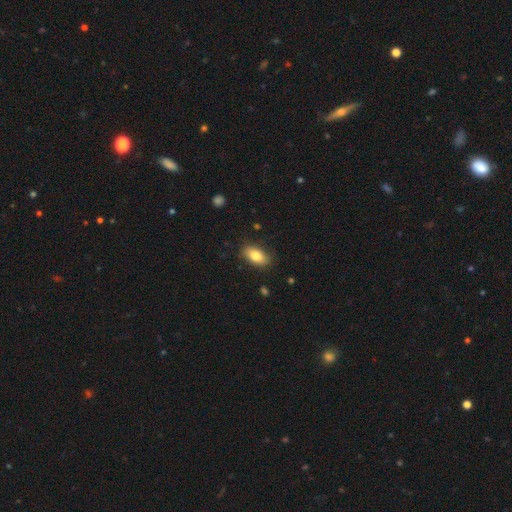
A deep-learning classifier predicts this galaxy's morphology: Smooth or featured?
  - smooth: 82% *
  - featured or disk: 11%
  - star or artifact: 7%
How rounded?
  - in between: 90% *
  - round: 5%
  - cigar-shaped: 5%
Merging?
  - none: 85% *
  - minor disturbance: 12%
  - major disturbance: 3%
  - merger: 1%